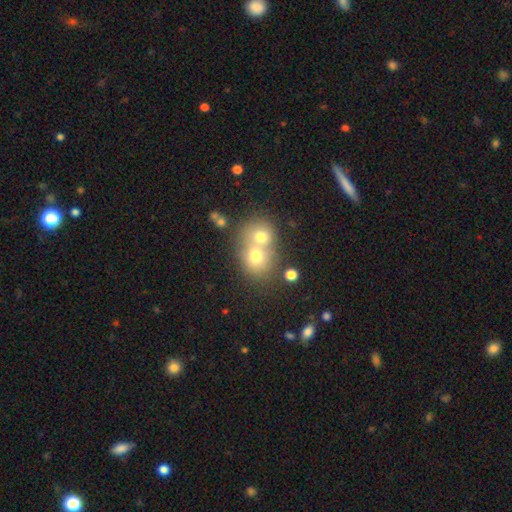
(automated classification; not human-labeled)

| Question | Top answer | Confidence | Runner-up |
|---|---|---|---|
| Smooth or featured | smooth | 67% | featured or disk (20%) |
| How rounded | round | 69% | in between (30%) |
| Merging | merger | 62% | none (29%) |